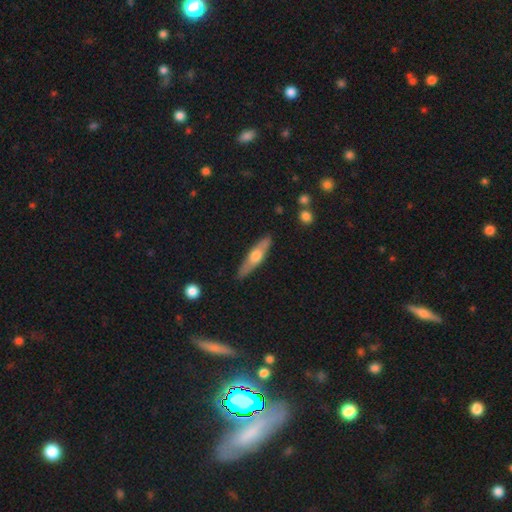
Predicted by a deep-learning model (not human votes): Smooth or featured? featured or disk (48%)
Merging? none (87%)